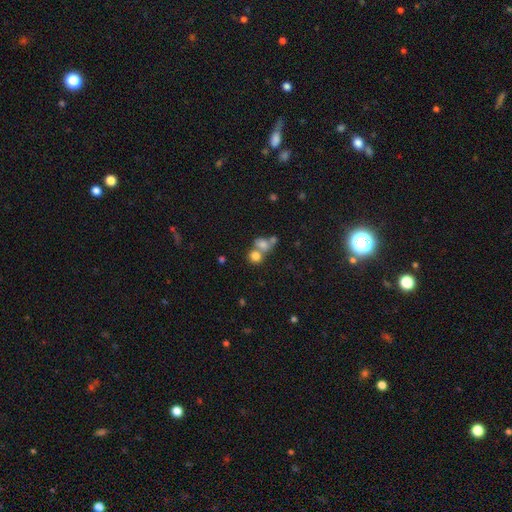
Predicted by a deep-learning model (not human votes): This is likely a smooth galaxy (76%). How rounded: likely round (63%). Merging: possibly merger (51%).